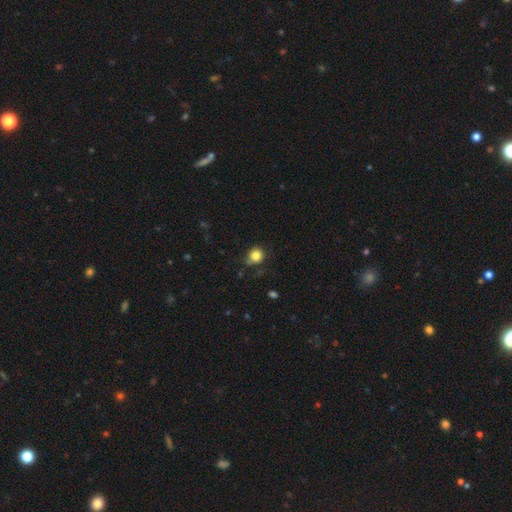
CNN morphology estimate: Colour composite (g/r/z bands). It shows a smooth galaxy with no disk features (83%) that is round (88%). Merging: none (73%).